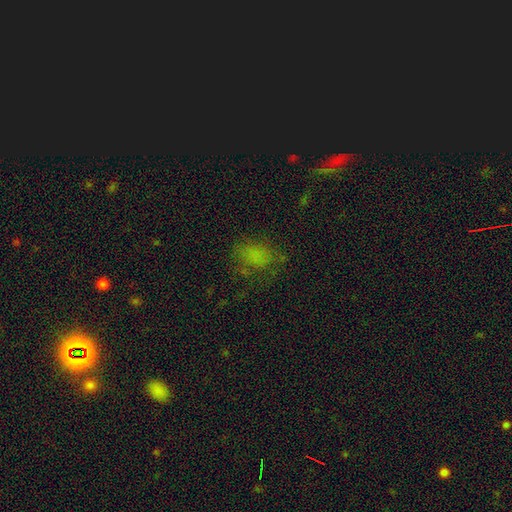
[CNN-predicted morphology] type=smooth (67%); roundness=in between (64%); merging=none (58%).